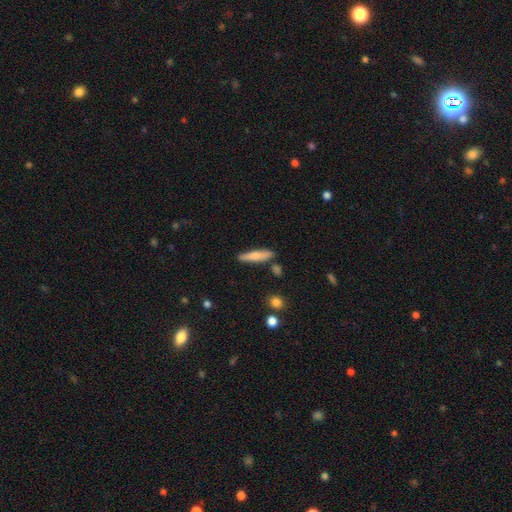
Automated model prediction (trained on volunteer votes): Smooth or featured? smooth (69%)
How rounded? cigar-shaped (80%)
Merging? none (80%)